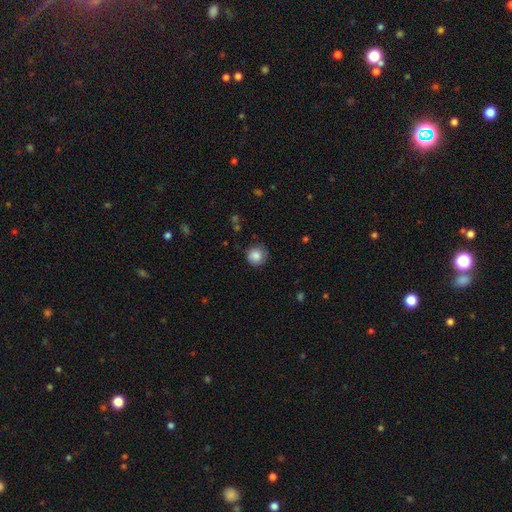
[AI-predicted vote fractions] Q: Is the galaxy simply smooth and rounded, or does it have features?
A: smooth — 84%.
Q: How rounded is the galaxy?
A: round — 93%.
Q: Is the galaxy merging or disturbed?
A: none — 79%.